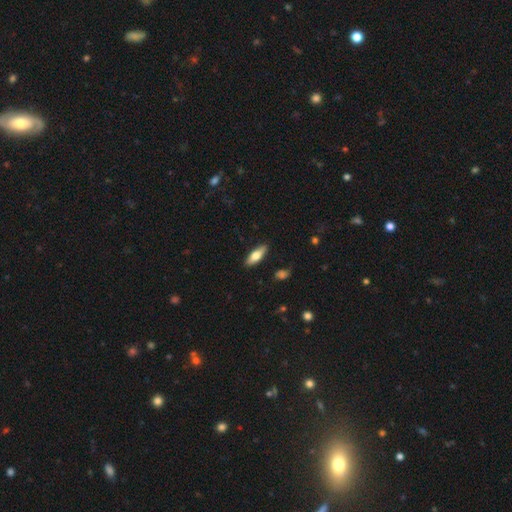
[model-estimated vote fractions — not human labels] Morphology: type=smooth (64%); roundness=in between (58%); merging=none (87%).